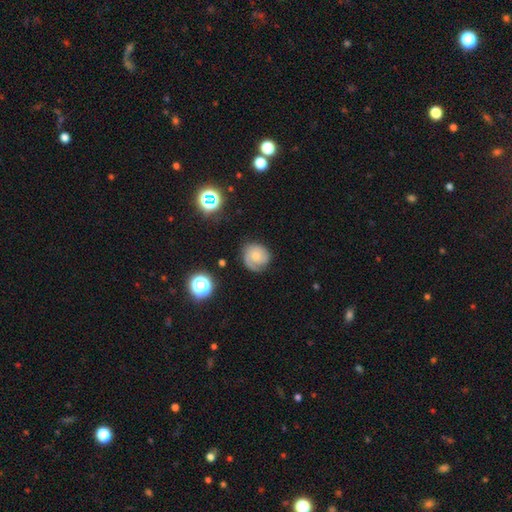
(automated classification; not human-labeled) The model was most divided on "smooth or featured": featured or disk: 47%, smooth: 43%, star or artifact: 10%. More confident: merging — none (67%).